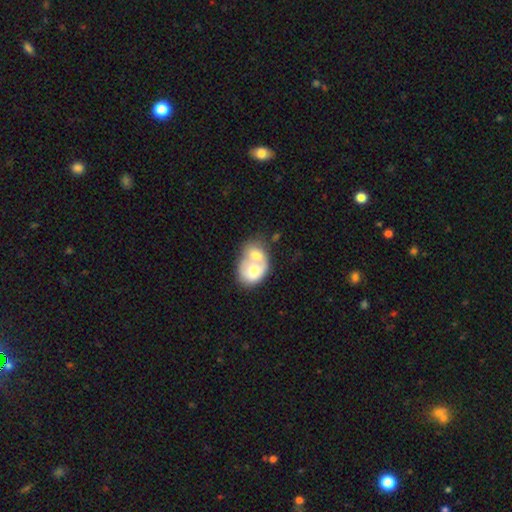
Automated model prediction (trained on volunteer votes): This is likely a smooth galaxy (60%). How rounded: possibly in between (56%). Merging: likely merger (79%).